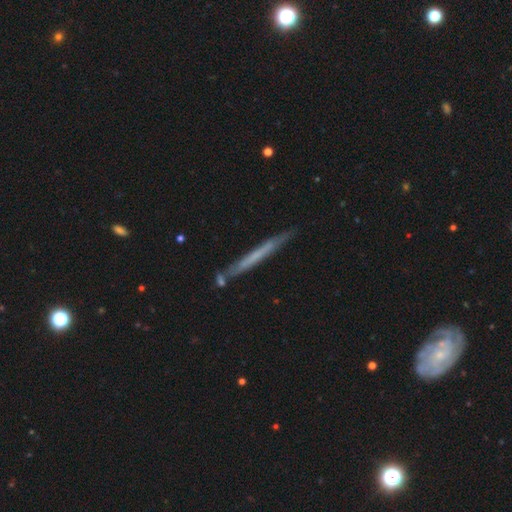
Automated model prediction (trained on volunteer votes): Morphology: type=featured or disk (50%); merging=none (80%).